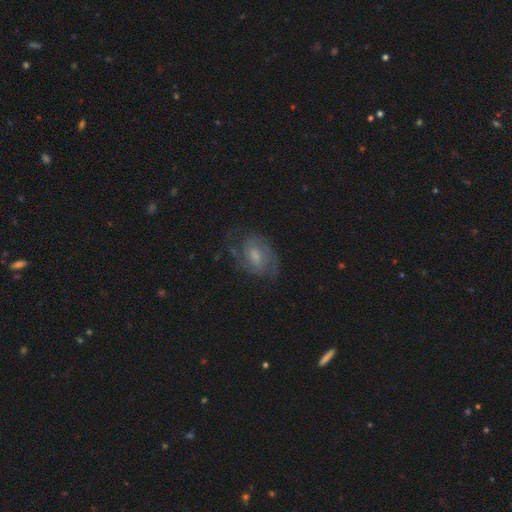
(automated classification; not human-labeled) The model was most divided on "bulge size": moderate: 42%, small: 37%, none: 12%, large: 7%, dominant: 1%. Remaining: edge-on disk — no (97%); spiral arms — yes (90%); smooth or featured — featured or disk (72%); spiral arm count — 2 (69%); merging — none (66%); bar — weak (51%); spiral winding — medium (48%).